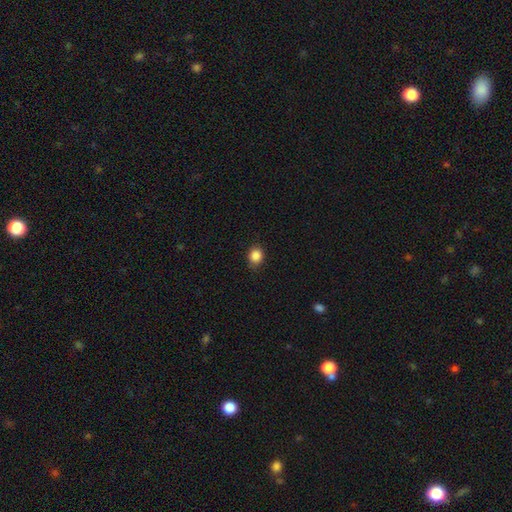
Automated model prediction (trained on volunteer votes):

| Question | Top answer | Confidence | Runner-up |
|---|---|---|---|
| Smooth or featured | smooth | 86% | star or artifact (10%) |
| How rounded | round | 70% | in between (29%) |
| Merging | none | 86% | minor disturbance (11%) |